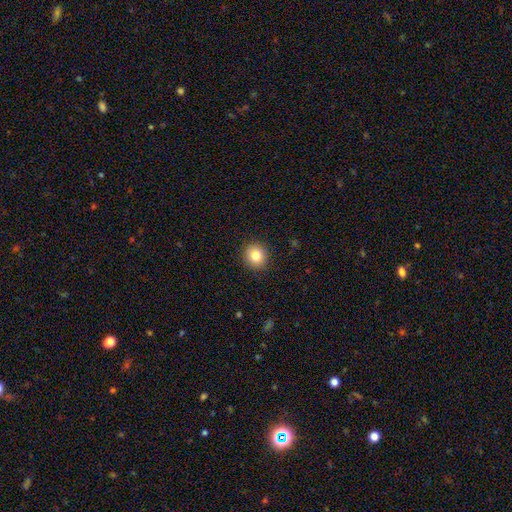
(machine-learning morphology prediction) smooth-or-featured: smooth: 83% | star or artifact: 10% | featured or disk: 8%
  how-rounded: round: 86% | in between: 13% | cigar-shaped: 1%
  merging: none: 91% | minor disturbance: 6% | major disturbance: 2% | merger: 1%